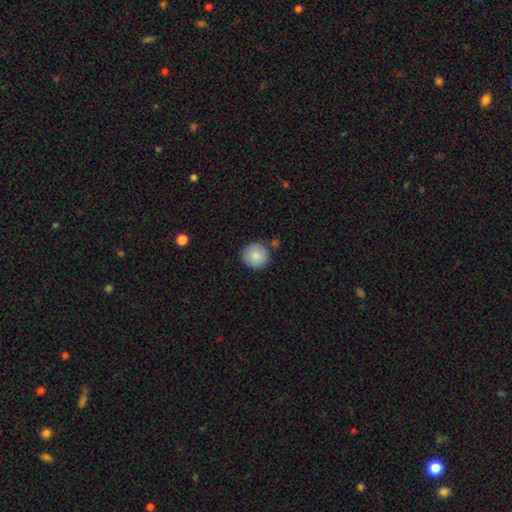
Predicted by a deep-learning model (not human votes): A smooth galaxy with no disk features (86%) that is round (95%). Merging: none (83%).